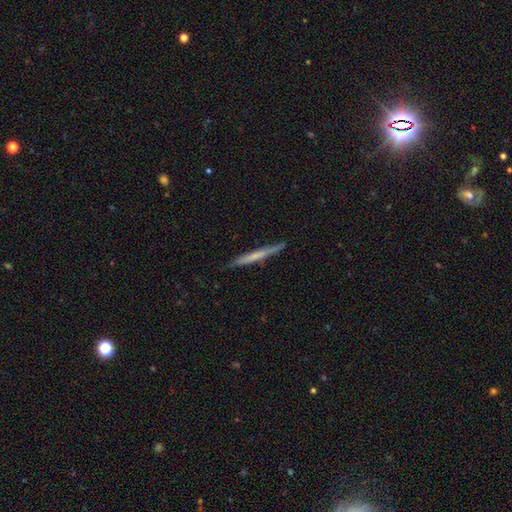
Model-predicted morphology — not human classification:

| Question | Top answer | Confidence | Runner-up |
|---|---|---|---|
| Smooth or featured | smooth | 51% | featured or disk (43%) |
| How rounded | cigar-shaped | 96% | in between (2%) |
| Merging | none | 85% | minor disturbance (11%) |